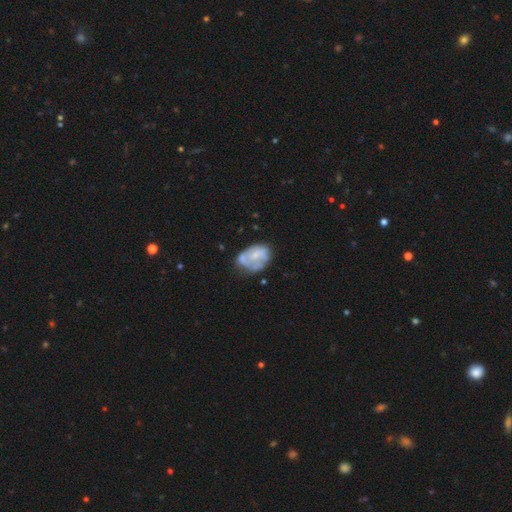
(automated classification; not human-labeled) A featured or disk galaxy (57%) with no bar (72%), no spiral arms (53%) and a small central bulge (49%).

Vote fractions:
- Smooth or featured? featured or disk: 57% / smooth: 36% / star or artifact: 7%
- Edge-on disk? no: 98% / yes: 2%
- Bar? no: 72% / weak: 24% / strong: 5%
- Spiral arms? no: 53% / yes: 47%
- Bulge size? small: 49% / moderate: 25% / none: 23% / large: 2% / dominant: 1%
- Merging? none: 43% / minor disturbance: 29% / major disturbance: 17% / merger: 11%